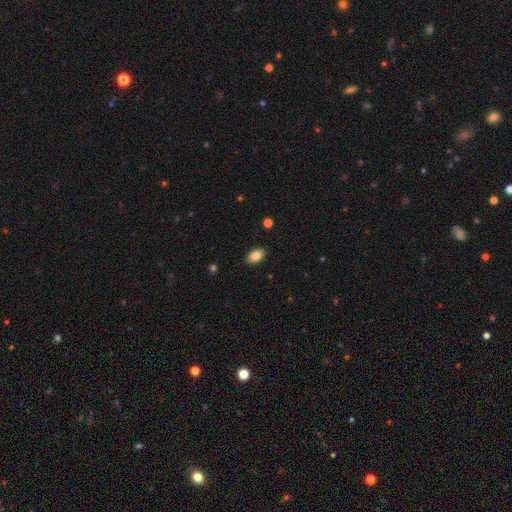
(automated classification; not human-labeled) Smooth or featured? smooth (84%)
How rounded? in between (91%)
Merging? none (89%)